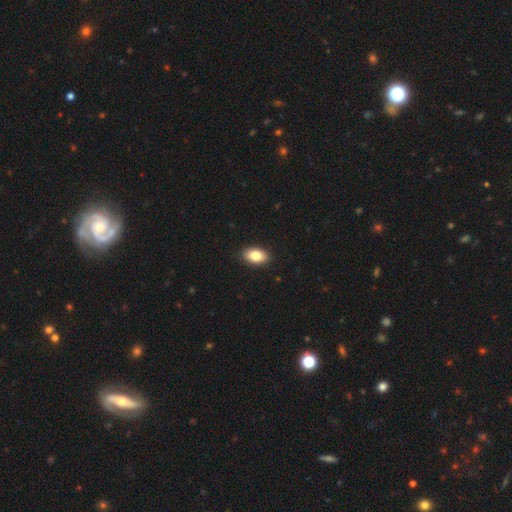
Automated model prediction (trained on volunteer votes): Overall: smooth (83%). How rounded: in between (91%). Merging: none (91%).